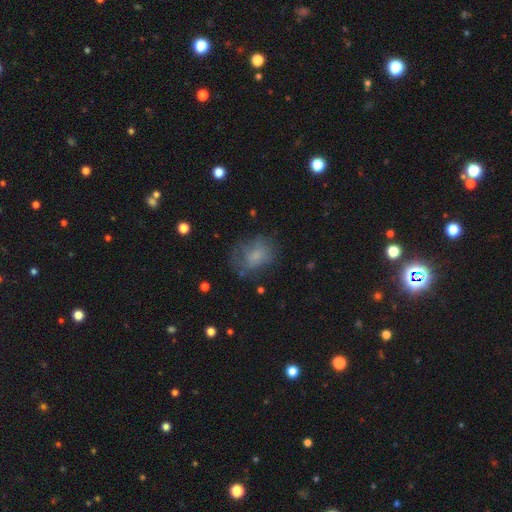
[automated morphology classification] smooth-or-featured: smooth: 64% | featured or disk: 23% | star or artifact: 13%
  how-rounded: in between: 56% | round: 42% | cigar-shaped: 1%
  merging: none: 53% | minor disturbance: 25% | major disturbance: 20% | merger: 2%